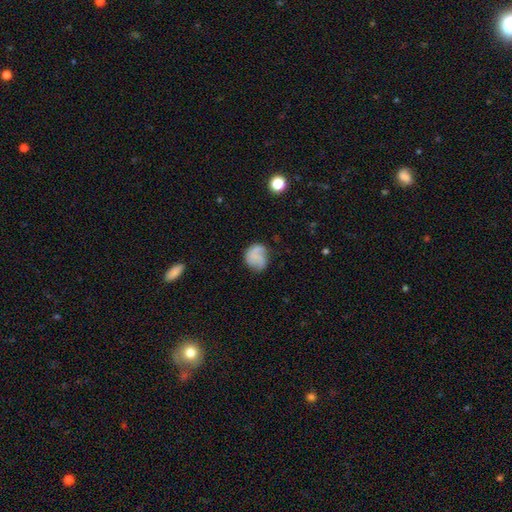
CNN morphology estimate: A smooth galaxy with no disk features (60%) that is round (69%).

Vote fractions:
- Smooth or featured? smooth: 60% / featured or disk: 30% / star or artifact: 10%
- How rounded? round: 69% / in between: 30% / cigar-shaped: 1%
- Merging? none: 55% / minor disturbance: 28% / major disturbance: 14% / merger: 3%